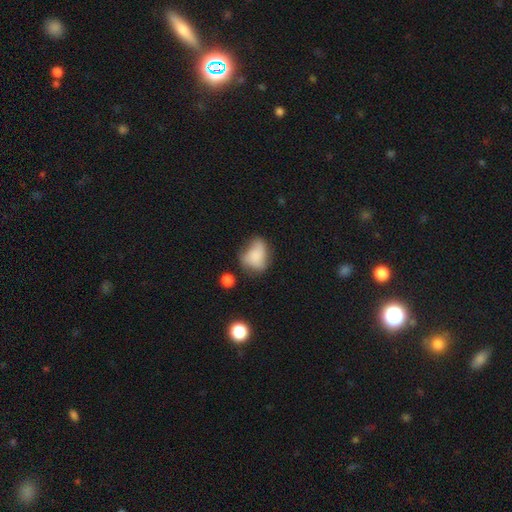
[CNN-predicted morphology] smooth 66%, featured or disk 24%, star or artifact 10%. Down the decision tree: how rounded — in between (69%); merging — none (39%).